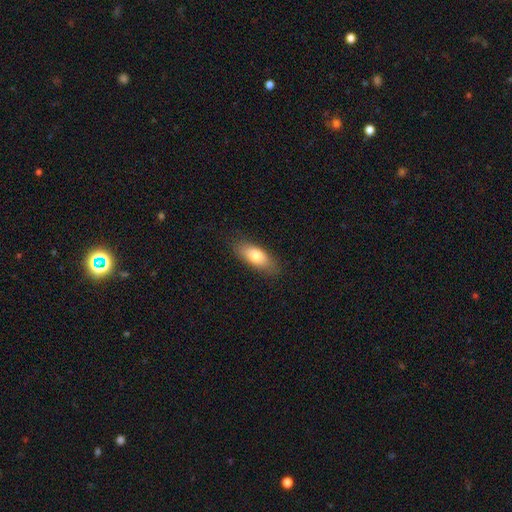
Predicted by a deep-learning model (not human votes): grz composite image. It shows a smooth galaxy with no disk features (75%) that is in between round and cigar-shaped (75%). Merging: none (83%).